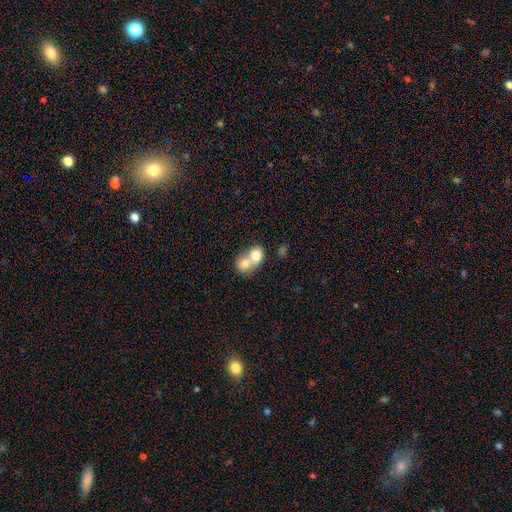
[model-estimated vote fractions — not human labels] Q: Smooth or featured?
A: smooth (73%); runner-up: featured or disk (19%)
Q: How rounded?
A: round (59%); runner-up: in between (40%)
Q: Merging?
A: merger (77%); runner-up: none (17%)